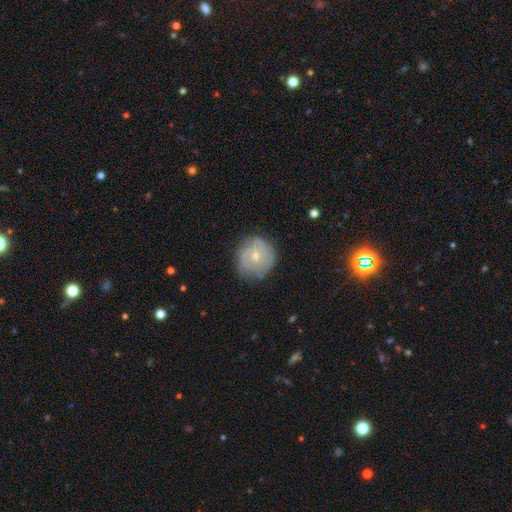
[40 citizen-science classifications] Smooth or featured? 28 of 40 (70%) said featured or disk. Edge-on disk? 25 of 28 (89%) said no. Bar? 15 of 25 (60%) said no. Spiral arms? 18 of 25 (72%) said yes. Spiral winding? 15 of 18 (83%) said tight. Spiral arm count? 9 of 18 (50%) said can't tell. Bulge size? 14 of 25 (56%) said small. Merging? 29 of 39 (74%) said none.